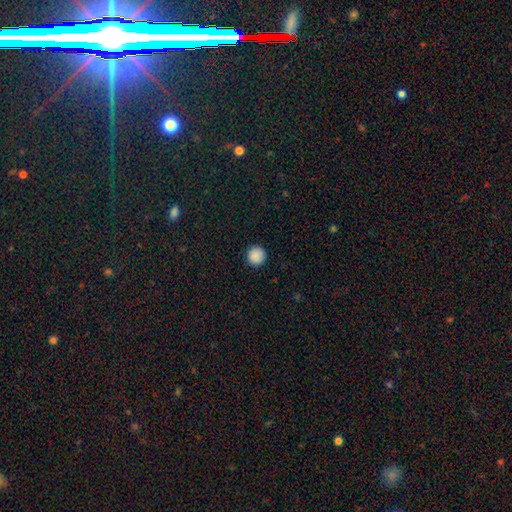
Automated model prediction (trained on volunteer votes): smooth 89%, star or artifact 9%, featured or disk 2%. Down the decision tree: how rounded — round (96%); merging — none (92%).